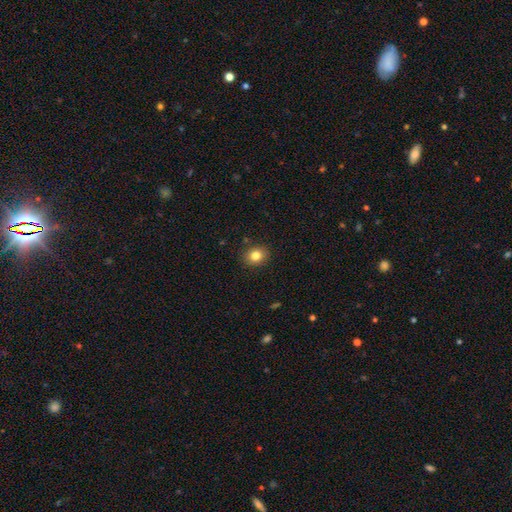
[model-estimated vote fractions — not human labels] A smooth galaxy with no disk features (82%) that is round (66%).

Vote fractions:
- Smooth or featured? smooth: 82% / star or artifact: 11% / featured or disk: 7%
- How rounded? round: 66% / in between: 33% / cigar-shaped: 1%
- Merging? none: 89% / minor disturbance: 8% / major disturbance: 2% / merger: 1%